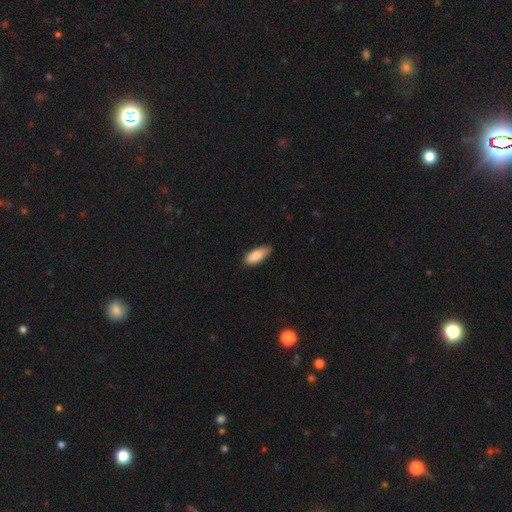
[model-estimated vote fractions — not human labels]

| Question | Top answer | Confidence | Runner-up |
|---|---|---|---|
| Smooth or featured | smooth | 88% | star or artifact (6%) |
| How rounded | in between | 82% | cigar-shaped (16%) |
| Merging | none | 75% | minor disturbance (21%) |